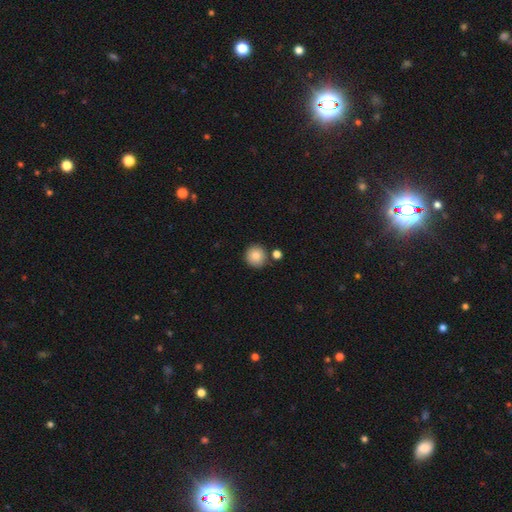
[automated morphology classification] smooth-or-featured: smooth: 85% | star or artifact: 9% | featured or disk: 6%
  how-rounded: round: 94% | in between: 5% | cigar-shaped: 1%
  merging: none: 81% | merger: 8% | minor disturbance: 8% | major disturbance: 2%